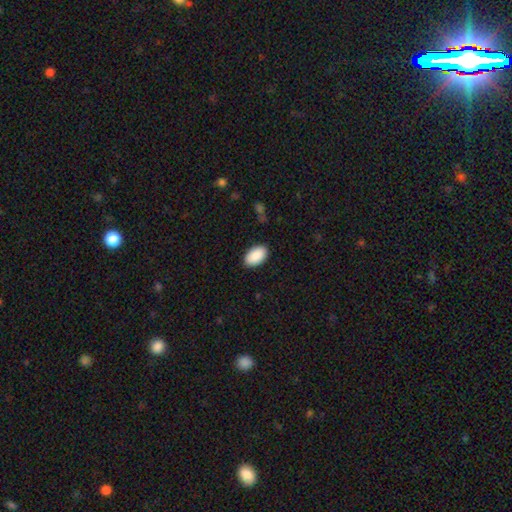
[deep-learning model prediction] smooth 91%, star or artifact 6%, featured or disk 3%. Down the decision tree: how rounded — in between (94%); merging — none (89%).